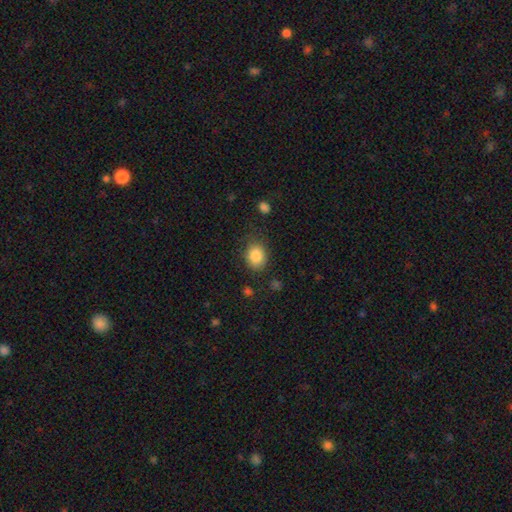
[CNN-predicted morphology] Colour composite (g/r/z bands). It shows a smooth galaxy with no disk features (85%) that is round (53%). Merging: none (77%).